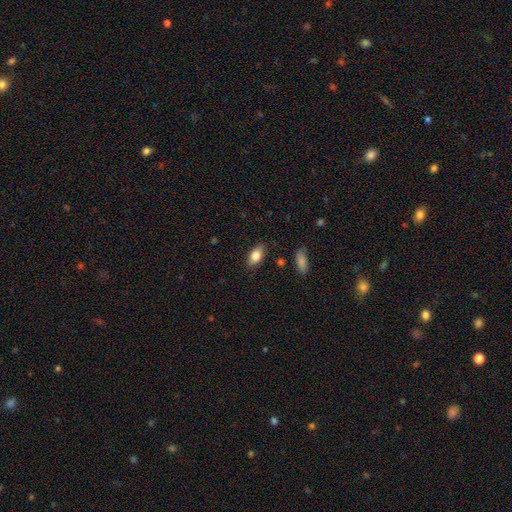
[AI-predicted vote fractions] Smooth or featured?
  - smooth: 82% *
  - featured or disk: 10%
  - star or artifact: 7%
How rounded?
  - in between: 89% *
  - round: 7%
  - cigar-shaped: 4%
Merging?
  - none: 84% *
  - minor disturbance: 11%
  - major disturbance: 3%
  - merger: 2%